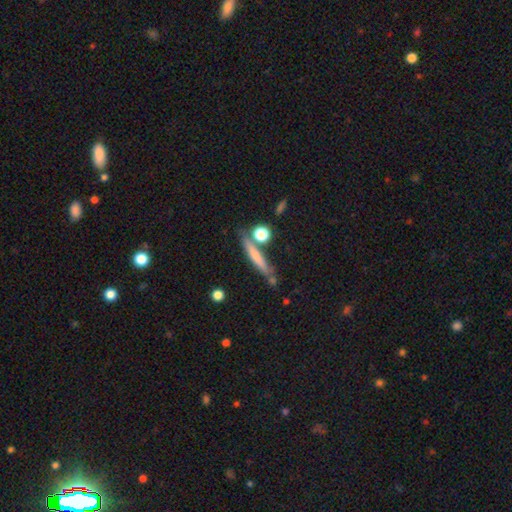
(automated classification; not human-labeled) smooth-or-featured: smooth: 61% | featured or disk: 32% | star or artifact: 7%
  how-rounded: cigar-shaped: 89% | in between: 7% | round: 4%
  merging: none: 71% | minor disturbance: 14% | merger: 11% | major disturbance: 4%